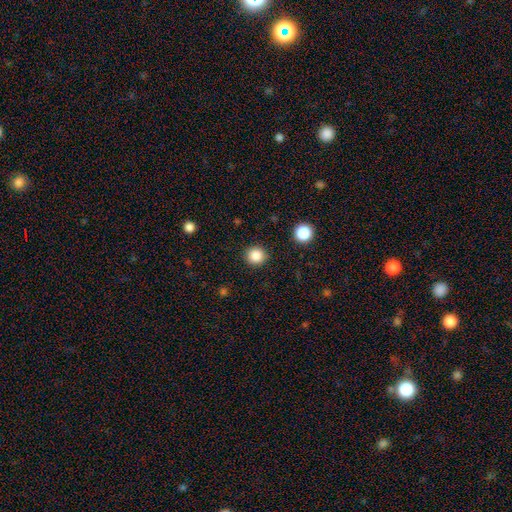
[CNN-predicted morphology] A smooth galaxy with no disk features (85%) that is round (92%). Merging: none (91%).